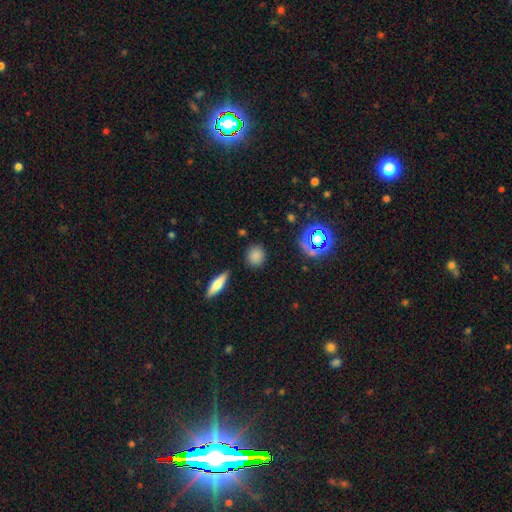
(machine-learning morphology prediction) Smooth or featured?
  - smooth: 78% *
  - star or artifact: 15%
  - featured or disk: 7%
How rounded?
  - round: 84% *
  - in between: 14%
  - cigar-shaped: 2%
Merging?
  - none: 85% *
  - minor disturbance: 10%
  - major disturbance: 3%
  - merger: 2%